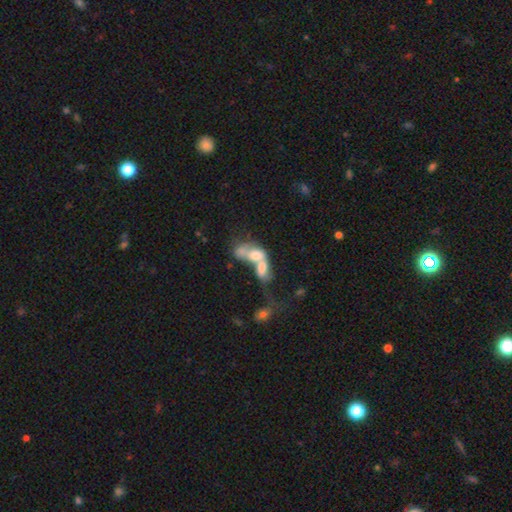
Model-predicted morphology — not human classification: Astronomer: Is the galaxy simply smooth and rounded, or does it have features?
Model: featured or disk — 41%, tied with smooth at 41%.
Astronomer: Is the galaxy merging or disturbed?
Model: merger — 68%.